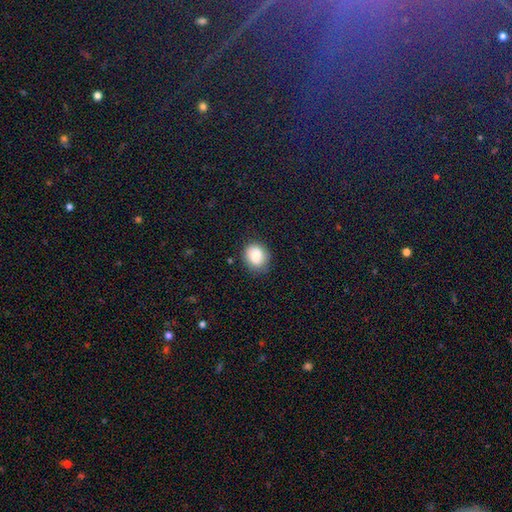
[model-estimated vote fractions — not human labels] Smooth or featured? Predicted: smooth (p=0.81). How rounded? Predicted: round (p=0.67). Merging? Predicted: none (p=0.80).